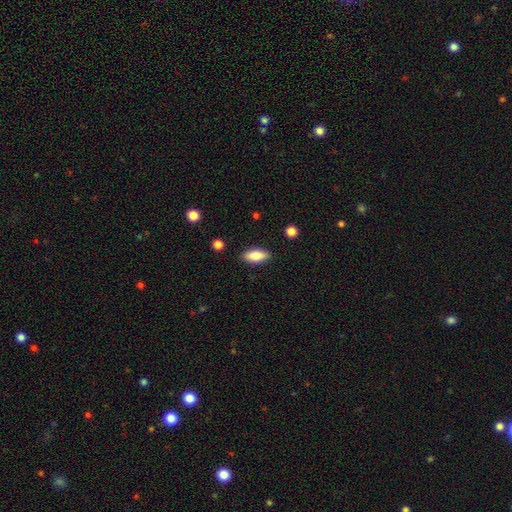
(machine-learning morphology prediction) smooth_or_featured: smooth (p=0.81) [alt: featured or disk p=0.12]
how_rounded: in between (p=0.80) [alt: cigar-shaped p=0.17]
merging: none (p=0.87) [alt: minor disturbance p=0.09]